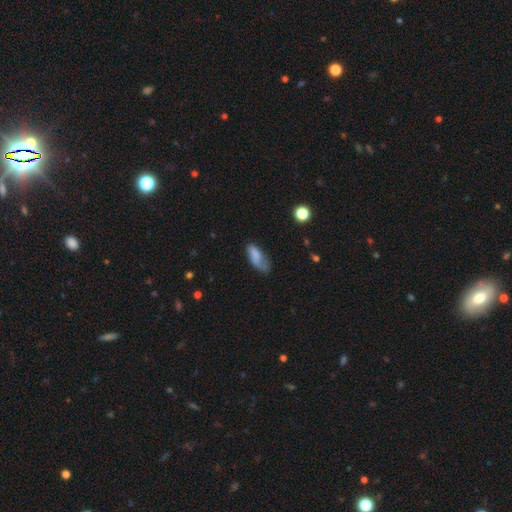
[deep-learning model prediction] Q: Smooth or featured?
A: smooth (73%); runner-up: featured or disk (18%)
Q: How rounded?
A: in between (83%); runner-up: cigar-shaped (14%)
Q: Merging?
A: none (40%); runner-up: minor disturbance (35%)